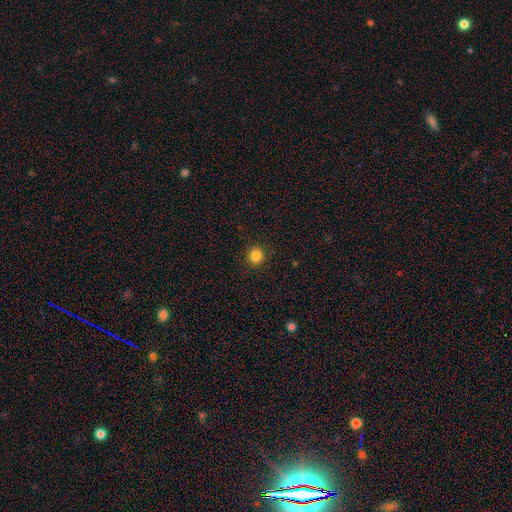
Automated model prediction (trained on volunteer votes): Smooth or featured? Predicted: smooth (p=0.84). How rounded? Predicted: round (p=0.91). Merging? Predicted: none (p=0.92).